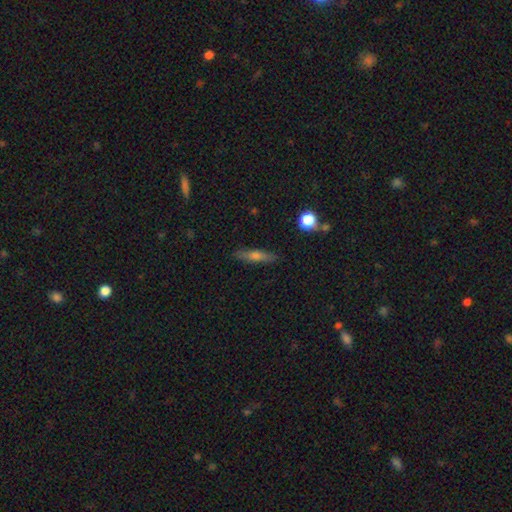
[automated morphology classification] Overall: smooth (52%; featured or disk 39%). How rounded: cigar-shaped (81%). Merging: none (87%).